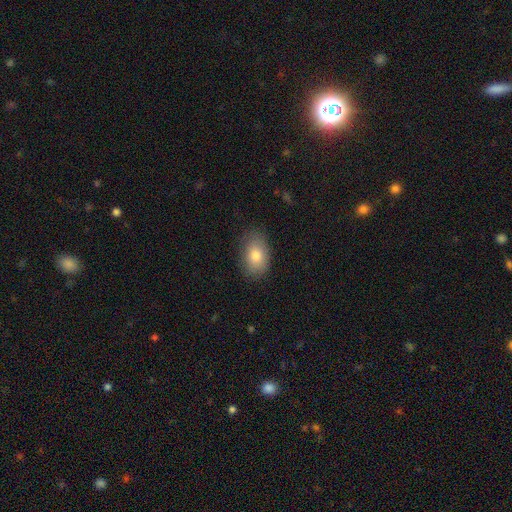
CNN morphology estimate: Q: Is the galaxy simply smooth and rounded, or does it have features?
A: smooth — 80%.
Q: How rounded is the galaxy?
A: in between — 87%.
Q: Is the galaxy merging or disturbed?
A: none — 81%.